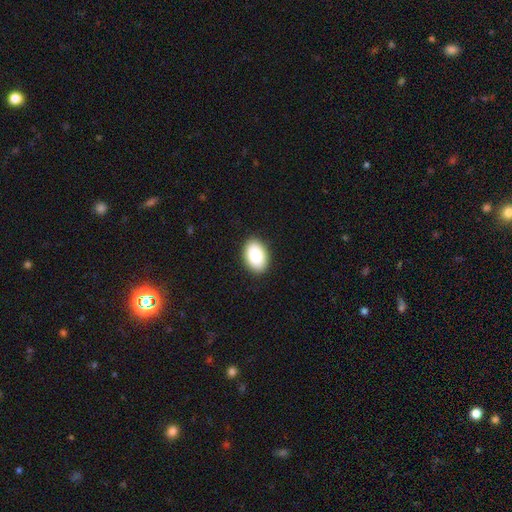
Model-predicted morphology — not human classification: smooth_or_featured: smooth (p=0.85) [alt: featured or disk p=0.08]
how_rounded: in between (p=0.88) [alt: round p=0.11]
merging: none (p=0.90) [alt: minor disturbance p=0.07]